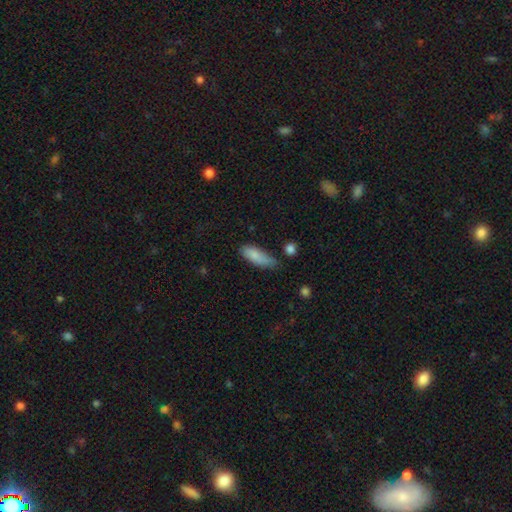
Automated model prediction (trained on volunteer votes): This appears to be a smooth galaxy with no disk features (84%) that is in between round and cigar-shaped (68%). Merging: none (54%).